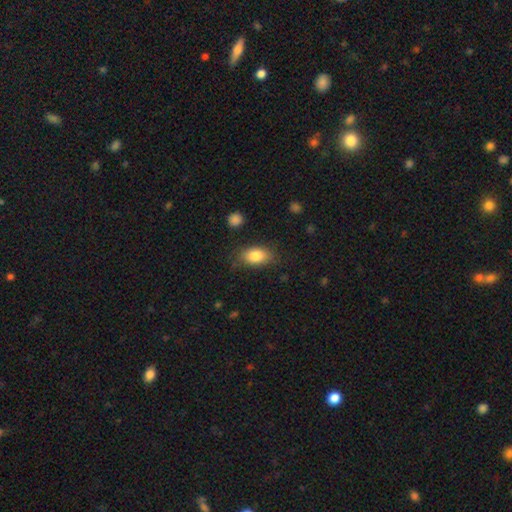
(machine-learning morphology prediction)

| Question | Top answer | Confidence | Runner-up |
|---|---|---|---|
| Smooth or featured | smooth | 83% | featured or disk (9%) |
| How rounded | in between | 87% | round (9%) |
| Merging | none | 77% | minor disturbance (16%) |